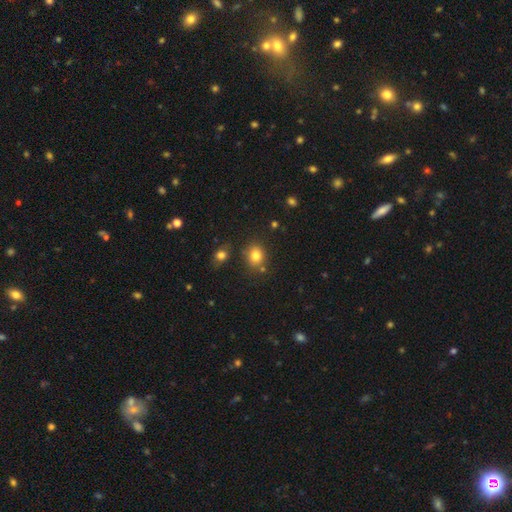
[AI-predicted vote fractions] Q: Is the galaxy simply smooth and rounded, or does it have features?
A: smooth — 81%.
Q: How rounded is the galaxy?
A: round — 68%.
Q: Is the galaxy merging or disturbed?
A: none — 77%.